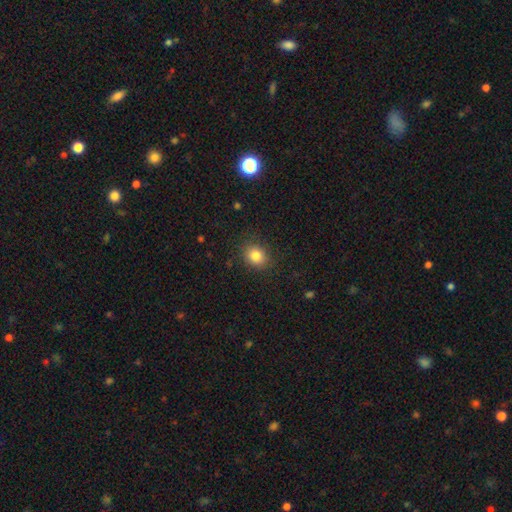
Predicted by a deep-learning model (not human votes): smooth-or-featured: smooth: 83% | star or artifact: 11% | featured or disk: 6%
  how-rounded: round: 65% | in between: 34% | cigar-shaped: 1%
  merging: none: 86% | minor disturbance: 10% | major disturbance: 3% | merger: 1%